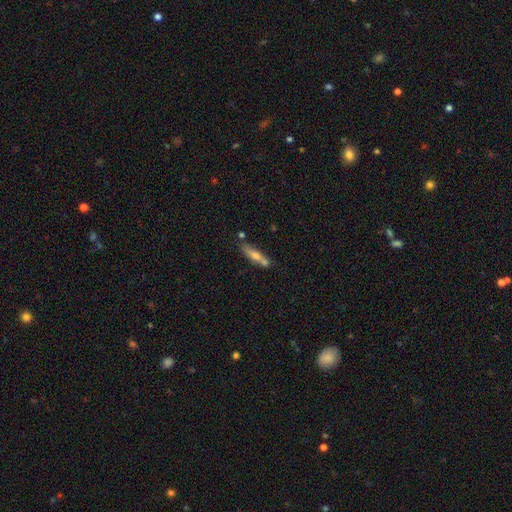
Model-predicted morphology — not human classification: Overall: smooth (52%; featured or disk 40%). How rounded: cigar-shaped (74%). Merging: none (61%).